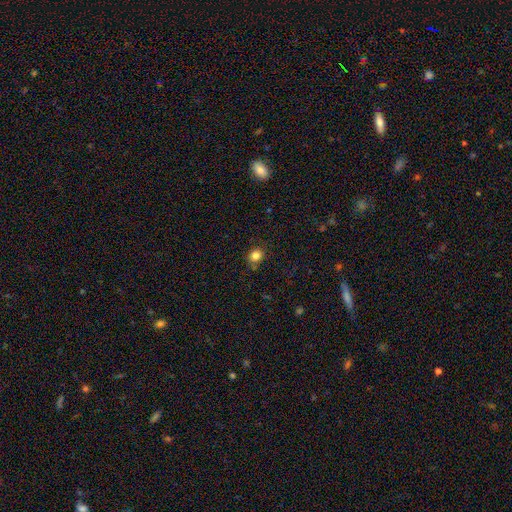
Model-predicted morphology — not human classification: The model was most divided on "how rounded": round: 73%, in between: 26%, cigar-shaped: 1%. More confident: smooth or featured — smooth (82%); merging — none (78%).